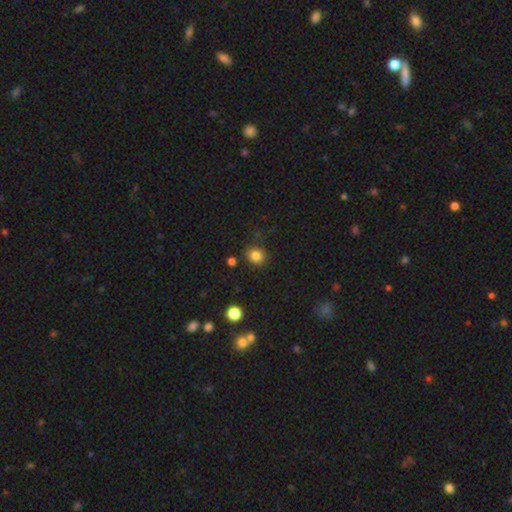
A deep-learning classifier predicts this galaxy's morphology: Overall: smooth (83%). How rounded: round (77%). Merging: none (82%).